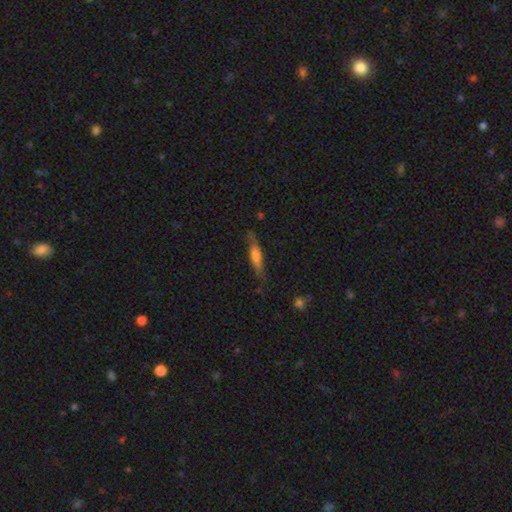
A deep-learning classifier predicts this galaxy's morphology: smooth 56%, featured or disk 37%, star or artifact 7%. Down the decision tree: how rounded — cigar-shaped (83%); merging — none (74%).